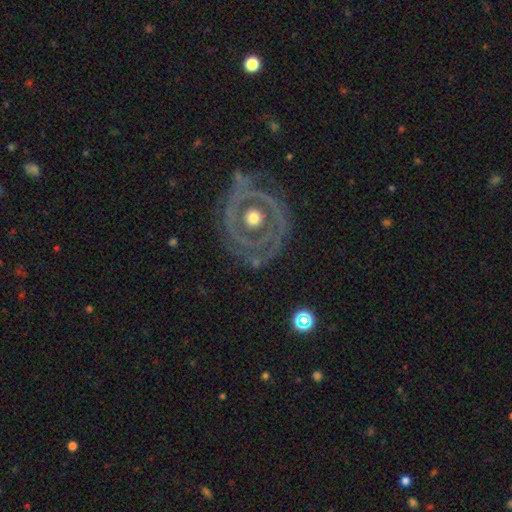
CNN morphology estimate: A featured or disk galaxy (79%) with no bar (79%), spiral arms (57%) and a moderate central bulge (75%).

Vote fractions:
- Smooth or featured? featured or disk: 79% / smooth: 14% / star or artifact: 7%
- Edge-on disk? no: 96% / yes: 4%
- Bar? no: 79% / weak: 14% / strong: 7%
- Spiral arms? yes: 57% / no: 43%
- Bulge size? moderate: 75% / small: 13% / large: 9% / dominant: 2% / none: 1%
- Merging? none: 72% / minor disturbance: 16% / major disturbance: 9% / merger: 2%